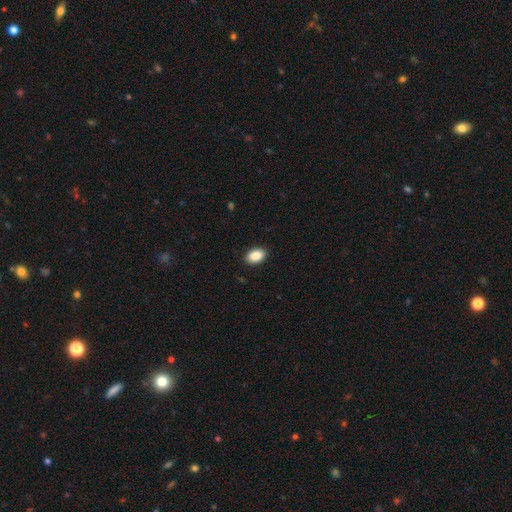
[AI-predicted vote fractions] This appears to be a smooth galaxy with no disk features (89%) that is in between round and cigar-shaped (89%). Merging: none (90%).